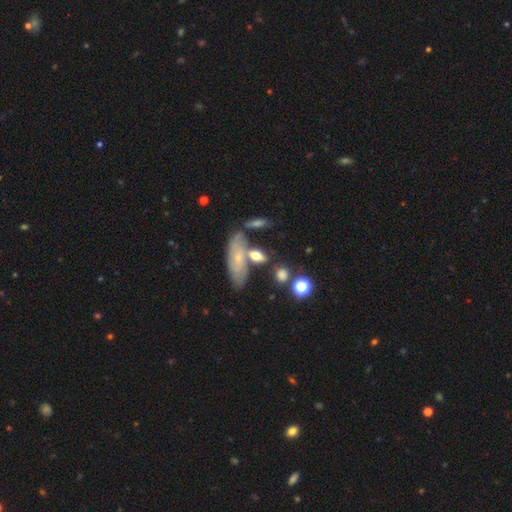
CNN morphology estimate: type=smooth (59%); roundness=in between (67%); merging=none (49%).